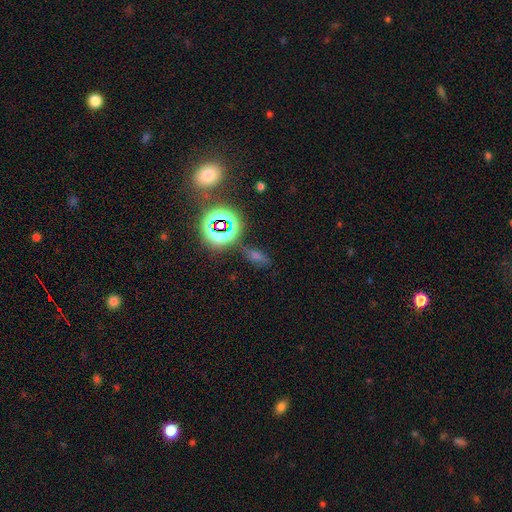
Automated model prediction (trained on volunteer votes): smooth_or_featured: star or artifact (p=0.51) [alt: smooth p=0.35]